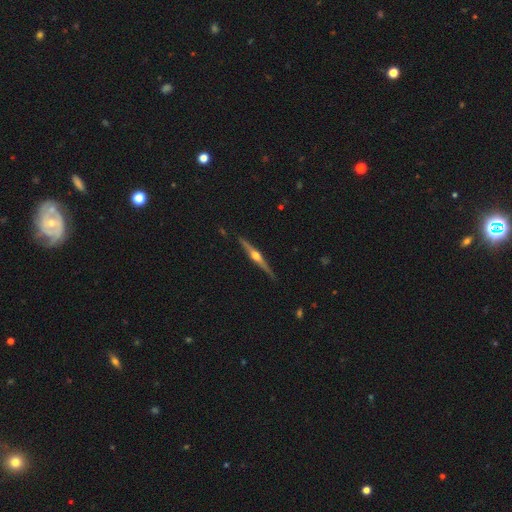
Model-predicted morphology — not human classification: Overall: featured or disk (81%). Edge-on disk: yes (98%). Edge-on bulge: rounded (94%). Merging: none (88%).